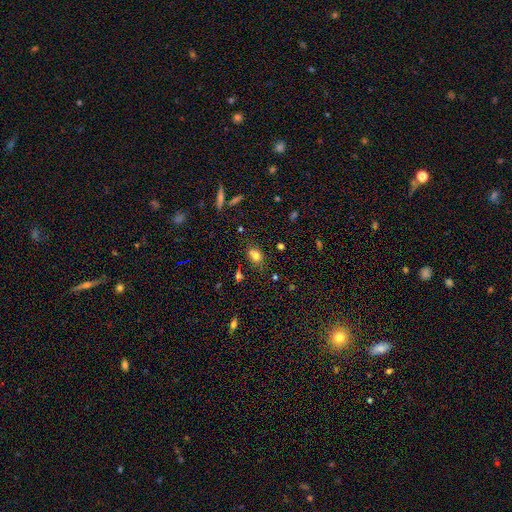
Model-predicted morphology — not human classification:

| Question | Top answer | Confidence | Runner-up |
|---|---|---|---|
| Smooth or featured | smooth | 74% | star or artifact (15%) |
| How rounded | in between | 66% | round (32%) |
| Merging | none | 69% | minor disturbance (18%) |